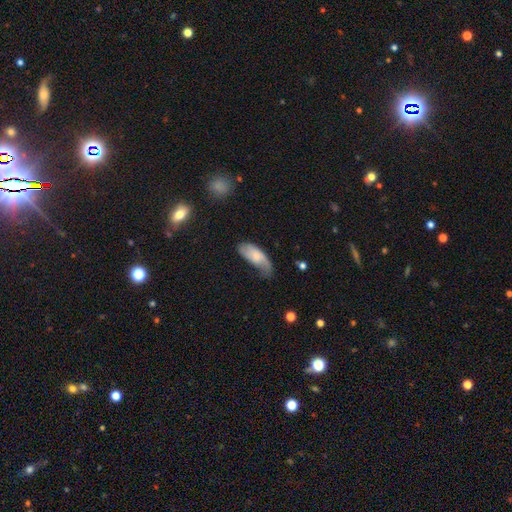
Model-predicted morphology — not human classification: Smooth or featured?
  - smooth: 59% *
  - featured or disk: 35%
  - star or artifact: 7%
How rounded?
  - in between: 83% *
  - cigar-shaped: 14%
  - round: 2%
Merging?
  - minor disturbance: 39% *
  - none: 36%
  - major disturbance: 23%
  - merger: 3%